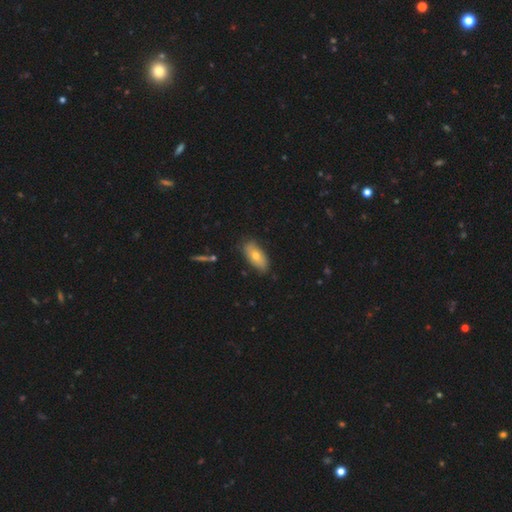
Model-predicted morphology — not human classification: Q: Smooth or featured?
A: smooth (65%); runner-up: featured or disk (26%)
Q: How rounded?
A: in between (88%); runner-up: cigar-shaped (9%)
Q: Merging?
A: none (81%); runner-up: minor disturbance (15%)